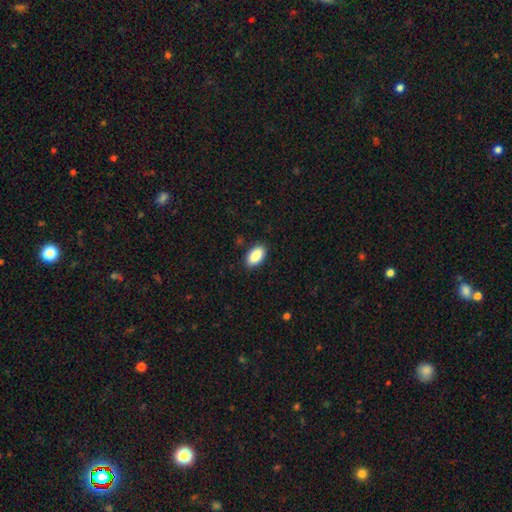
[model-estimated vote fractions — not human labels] Q: Smooth or featured?
A: smooth (90%); runner-up: star or artifact (7%)
Q: How rounded?
A: in between (94%); runner-up: round (4%)
Q: Merging?
A: none (88%); runner-up: minor disturbance (9%)